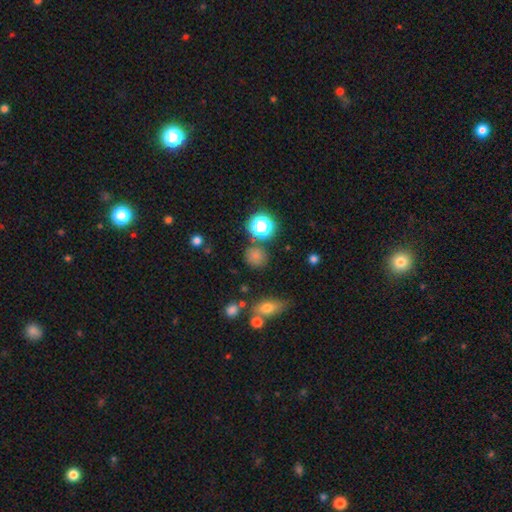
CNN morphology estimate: smooth_or_featured: smooth (p=0.73) [alt: star or artifact p=0.21]
how_rounded: round (p=0.87) [alt: in between p=0.12]
merging: none (p=0.79) [alt: minor disturbance p=0.11]